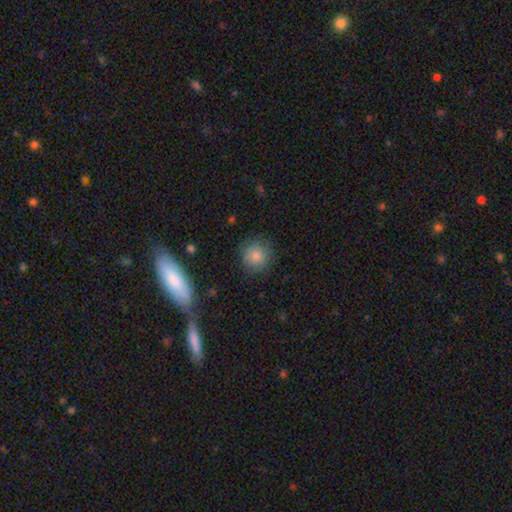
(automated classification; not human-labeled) Morphology: type=smooth (84%); roundness=round (92%); merging=none (82%).